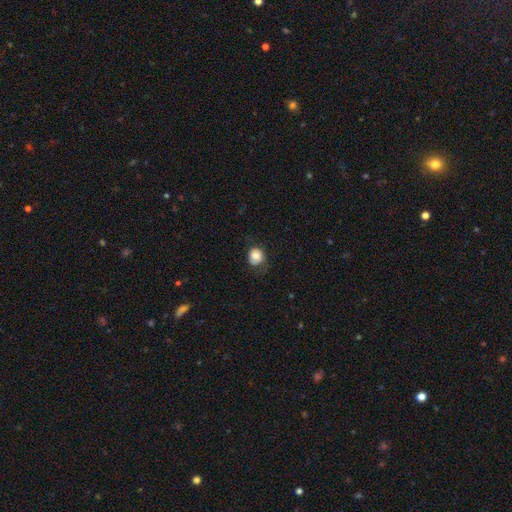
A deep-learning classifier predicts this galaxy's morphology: A smooth galaxy with no disk features (77%) that is round (73%).

Vote fractions:
- Smooth or featured? smooth: 77% / featured or disk: 13% / star or artifact: 10%
- How rounded? round: 73% / in between: 26% / cigar-shaped: 1%
- Merging? none: 66% / minor disturbance: 22% / major disturbance: 11% / merger: 1%